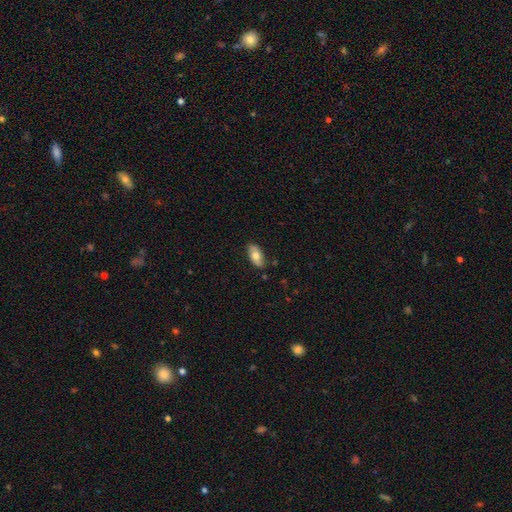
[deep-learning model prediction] This is likely a smooth galaxy (70%). How rounded: clearly in between (90%). Merging: clearly none (84%).